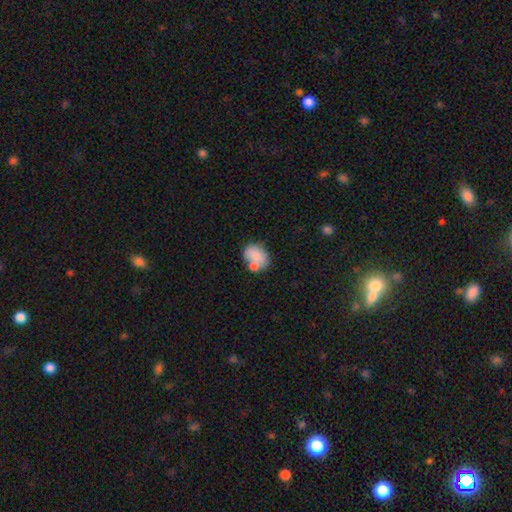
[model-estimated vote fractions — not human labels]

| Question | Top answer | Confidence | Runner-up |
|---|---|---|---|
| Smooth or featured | smooth | 76% | featured or disk (16%) |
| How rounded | in between | 60% | round (39%) |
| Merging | none | 43% | merger (34%) |